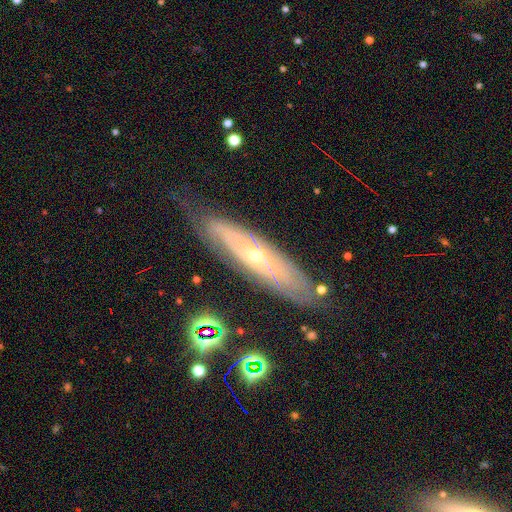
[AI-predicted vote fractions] A featured or disk galaxy (69%).

Vote fractions:
- Smooth or featured? featured or disk: 69% / smooth: 22% / star or artifact: 9%
- Edge-on disk? no: 58% / yes: 42%
- Merging? none: 73% / minor disturbance: 19% / major disturbance: 5% / merger: 2%